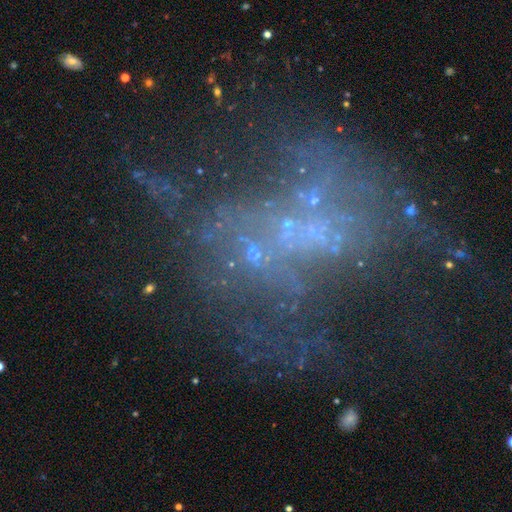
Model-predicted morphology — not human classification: This appears to be a star or artifact, not a galaxy (43%).